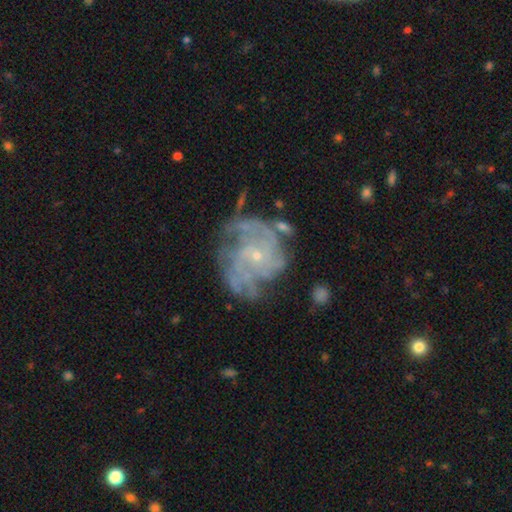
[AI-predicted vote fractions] Q: Smooth or featured?
A: featured or disk (84%); runner-up: smooth (8%)
Q: Edge-on disk?
A: no (98%); runner-up: yes (2%)
Q: Bar?
A: no (75%); runner-up: weak (21%)
Q: Spiral arms?
A: yes (92%); runner-up: no (8%)
Q: Spiral winding?
A: tight (50%); runner-up: medium (38%)
Q: Spiral arm count?
A: can't tell (31%); runner-up: 3 (21%)
Q: Bulge size?
A: small (83%); runner-up: moderate (12%)
Q: Merging?
A: none (60%); runner-up: minor disturbance (21%)